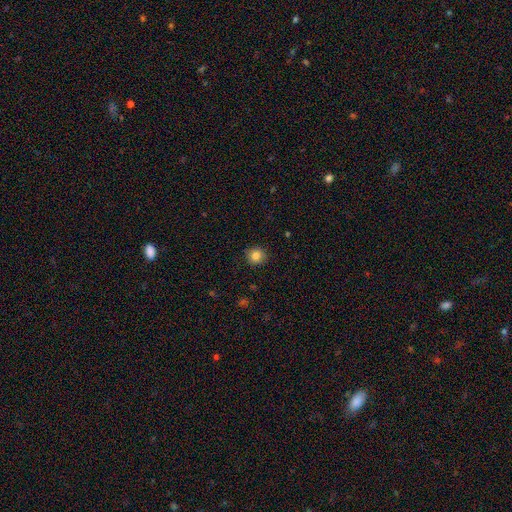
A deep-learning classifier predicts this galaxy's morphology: smooth_or_featured: smooth (p=0.83) [alt: star or artifact p=0.10]
how_rounded: round (p=0.92) [alt: in between p=0.07]
merging: none (p=0.91) [alt: minor disturbance p=0.06]